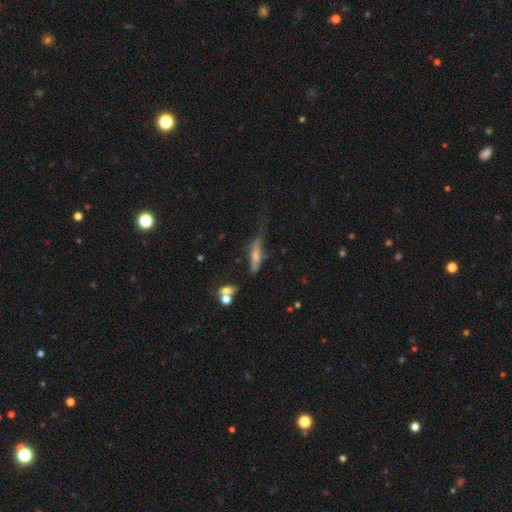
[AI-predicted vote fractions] Overall: smooth (57%; featured or disk 34%). How rounded: cigar-shaped (65%; in between 32%). Merging: none (37%; minor disturbance 32%).